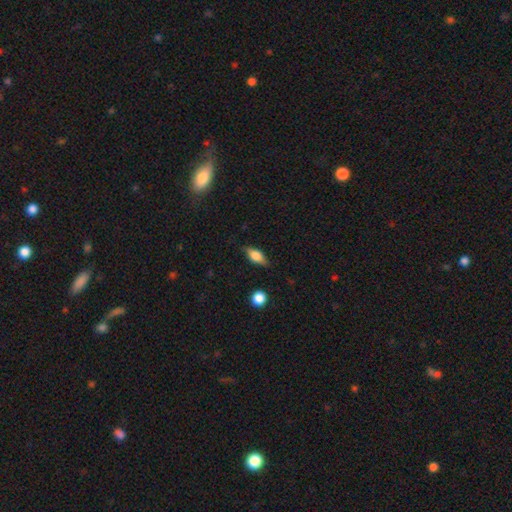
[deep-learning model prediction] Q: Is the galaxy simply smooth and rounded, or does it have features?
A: smooth — 58%.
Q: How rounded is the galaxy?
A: in between — 75%.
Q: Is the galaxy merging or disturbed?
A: none — 78%.